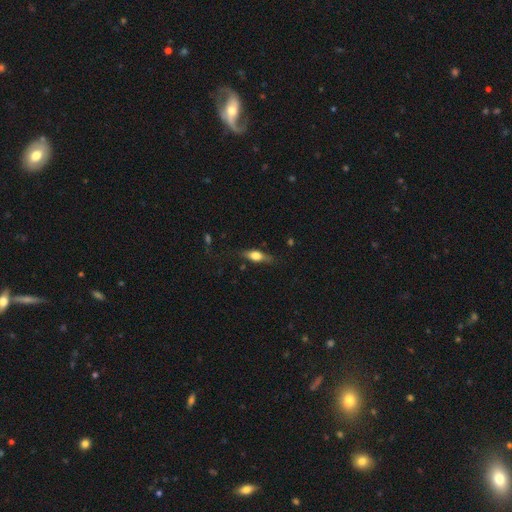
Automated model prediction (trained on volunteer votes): The model was most divided on "smooth or featured": smooth: 55%, featured or disk: 38%, star or artifact: 8%. More confident: merging — none (74%); how rounded — in between (59%).